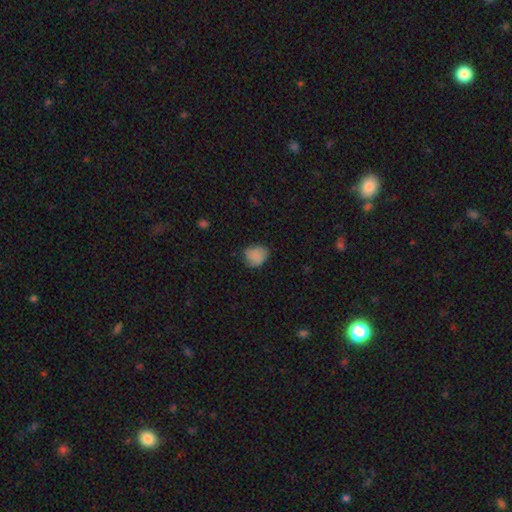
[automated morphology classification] smooth_or_featured: smooth (p=0.81) [alt: star or artifact p=0.10]
how_rounded: round (p=0.57) [alt: in between p=0.42]
merging: none (p=0.66) [alt: minor disturbance p=0.26]